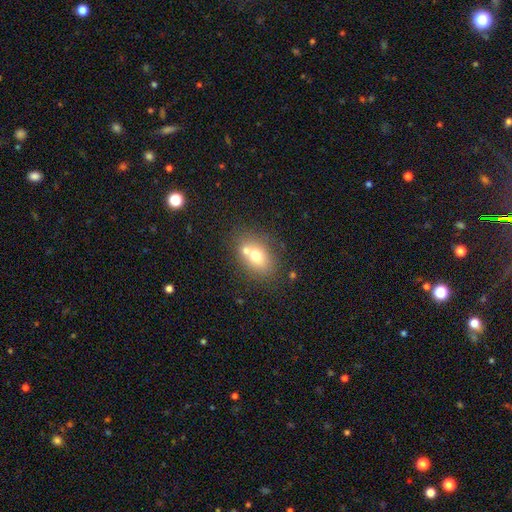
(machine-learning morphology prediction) Smooth or featured?
  - smooth: 68% *
  - featured or disk: 21%
  - star or artifact: 11%
How rounded?
  - in between: 70% *
  - round: 29%
  - cigar-shaped: 1%
Merging?
  - none: 51% *
  - merger: 33%
  - minor disturbance: 12%
  - major disturbance: 4%